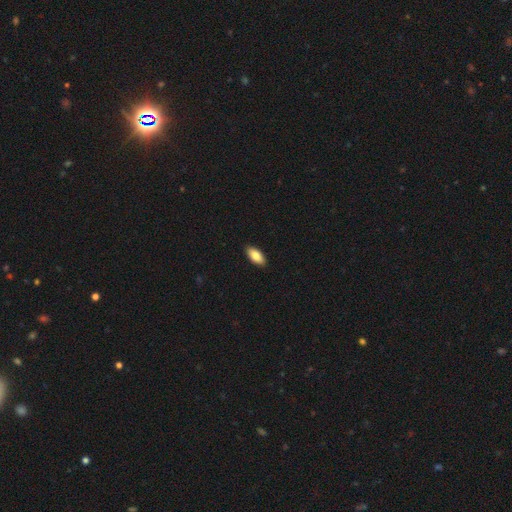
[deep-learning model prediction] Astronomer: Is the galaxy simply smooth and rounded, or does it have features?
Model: smooth — 85%.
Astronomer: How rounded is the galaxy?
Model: in between — 90%.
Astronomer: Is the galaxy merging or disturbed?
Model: none — 90%.